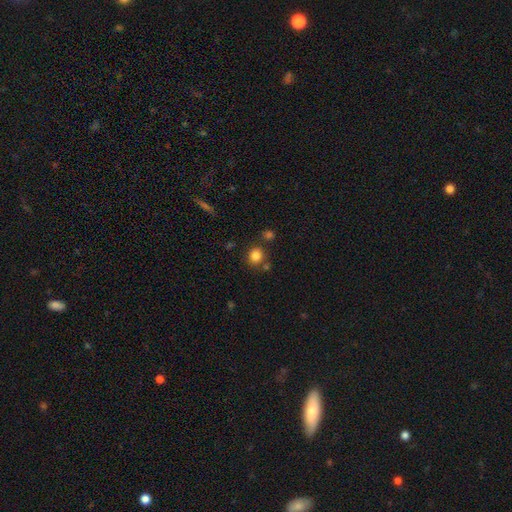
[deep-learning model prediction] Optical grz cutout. It shows a smooth galaxy with no disk features (83%) that is round (87%). Merging: none (78%).